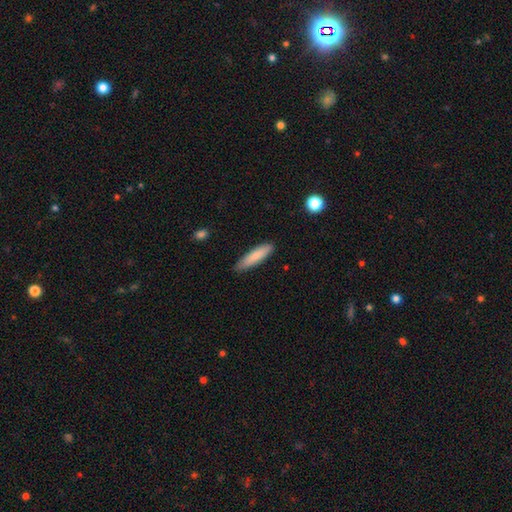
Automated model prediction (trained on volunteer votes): Smooth or featured: smooth — 83% (featured or disk — 11%)
How rounded: cigar-shaped — 76% (in between — 22%)
Merging: none — 85% (minor disturbance — 12%)